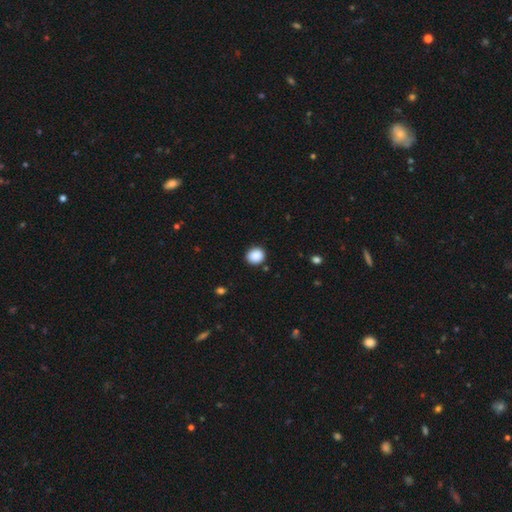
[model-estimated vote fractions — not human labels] The model was most divided on "how rounded": round: 80%, in between: 19%, cigar-shaped: 1%. More confident: merging — none (89%); smooth or featured — smooth (89%).